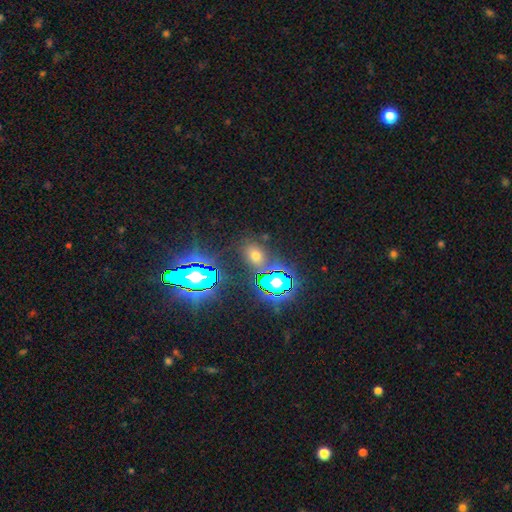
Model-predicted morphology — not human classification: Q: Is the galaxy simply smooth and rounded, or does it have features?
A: smooth — 48%.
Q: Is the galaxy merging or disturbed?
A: none — 81%.